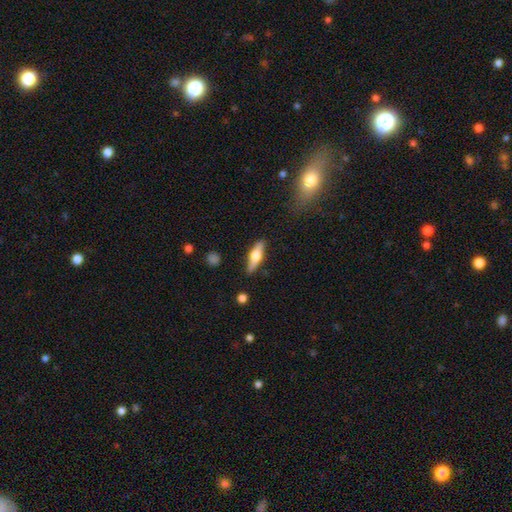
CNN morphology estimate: Smooth or featured: featured or disk — 54% (smooth — 40%)
Edge-on disk: yes — 93% (no — 7%)
Edge-on bulge: rounded — 94% (boxy — 4%)
Merging: none — 86% (minor disturbance — 10%)